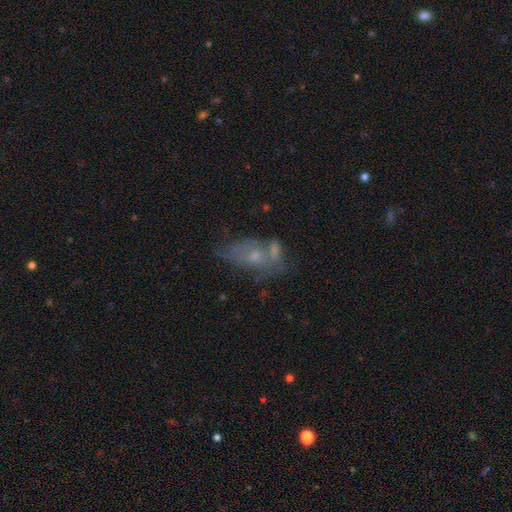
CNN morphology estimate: Smooth or featured? Predicted: featured or disk (p=0.46). Merging? Predicted: none (p=0.38).